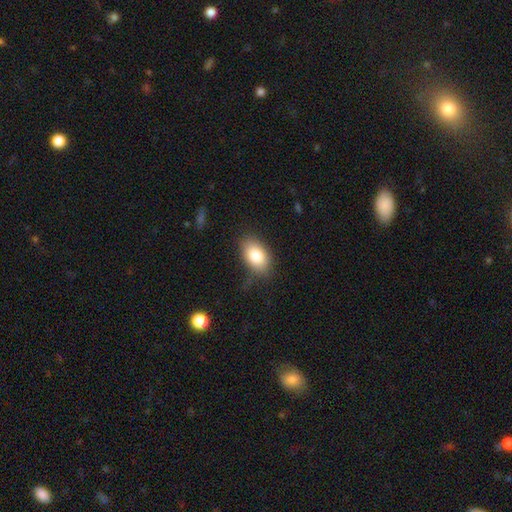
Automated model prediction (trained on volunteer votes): Morphology: type=smooth (84%); roundness=in between (90%); merging=none (76%).